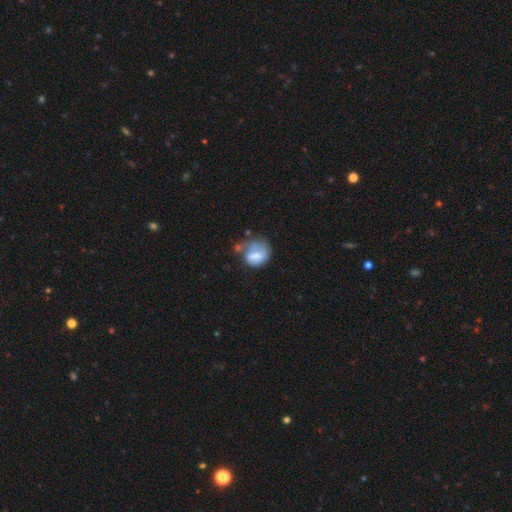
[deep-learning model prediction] A smooth galaxy with no disk features (58%) that is round (57%).

Vote fractions:
- Smooth or featured? smooth: 58% / featured or disk: 33% / star or artifact: 9%
- How rounded? round: 57% / in between: 42% / cigar-shaped: 1%
- Merging? none: 31% / major disturbance: 28% / minor disturbance: 27% / merger: 13%